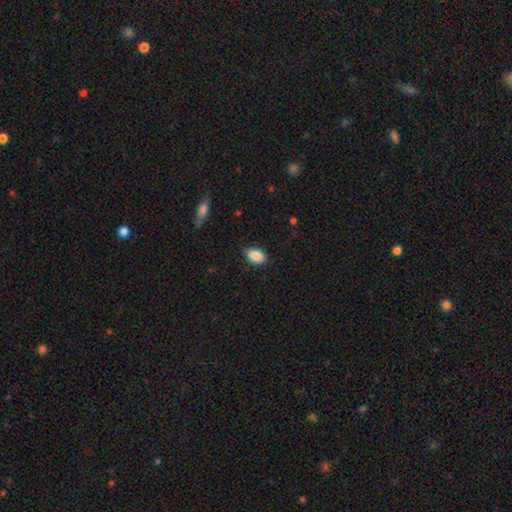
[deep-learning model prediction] A smooth galaxy with no disk features (89%) that is in between round and cigar-shaped (90%).

Vote fractions:
- Smooth or featured? smooth: 89% / star or artifact: 7% / featured or disk: 4%
- How rounded? in between: 90% / round: 8% / cigar-shaped: 2%
- Merging? none: 85% / minor disturbance: 12% / major disturbance: 3% / merger: 1%